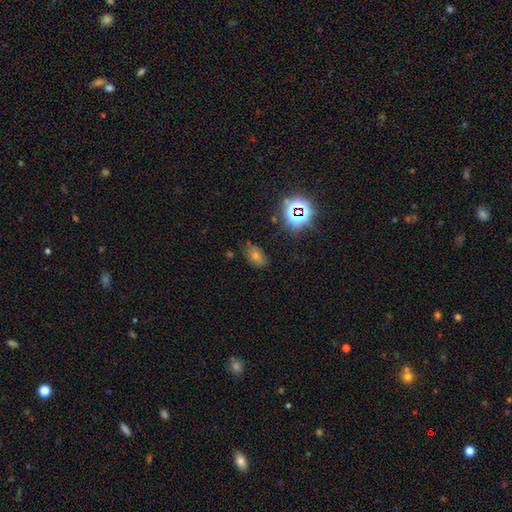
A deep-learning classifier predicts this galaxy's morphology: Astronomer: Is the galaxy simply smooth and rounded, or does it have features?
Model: smooth — 51% (runner-up: star or artifact, 35%).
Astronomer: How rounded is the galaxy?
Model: in between — 81%.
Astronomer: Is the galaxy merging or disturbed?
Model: none — 77%.